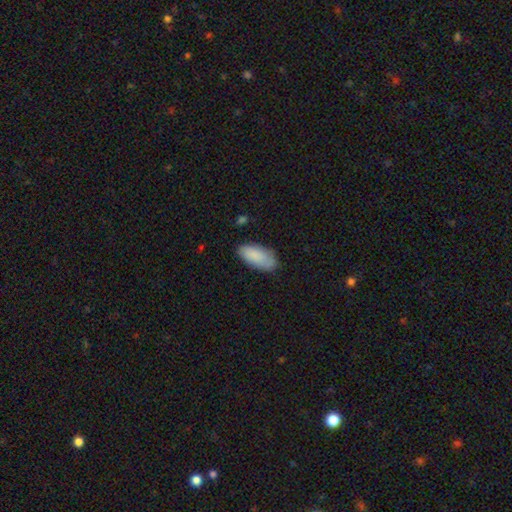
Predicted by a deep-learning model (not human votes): Morphology: type=smooth (86%); roundness=in between (90%); merging=none (75%).